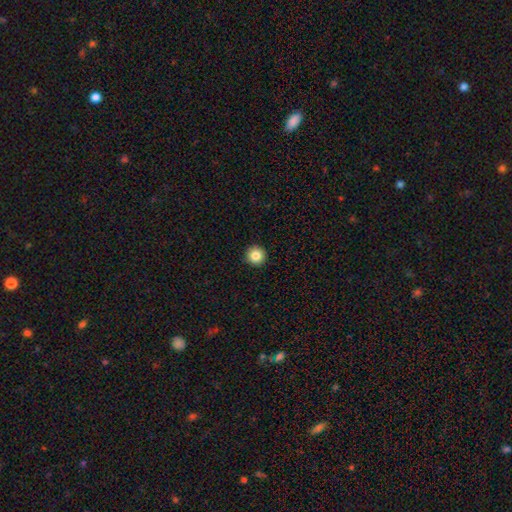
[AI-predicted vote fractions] Overall: smooth (85%). How rounded: round (96%). Merging: none (94%).